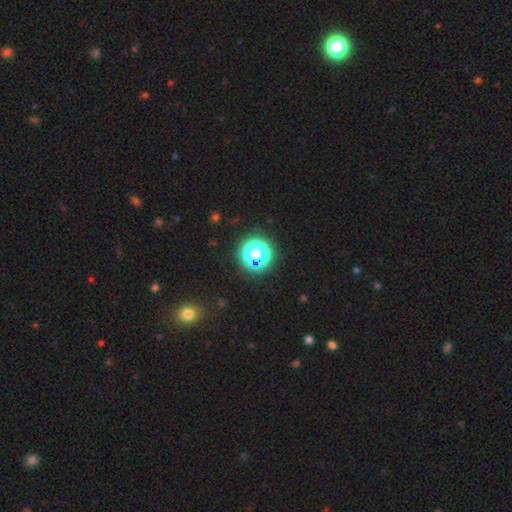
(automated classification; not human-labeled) star or artifact 47%, smooth 42%, featured or disk 12%.